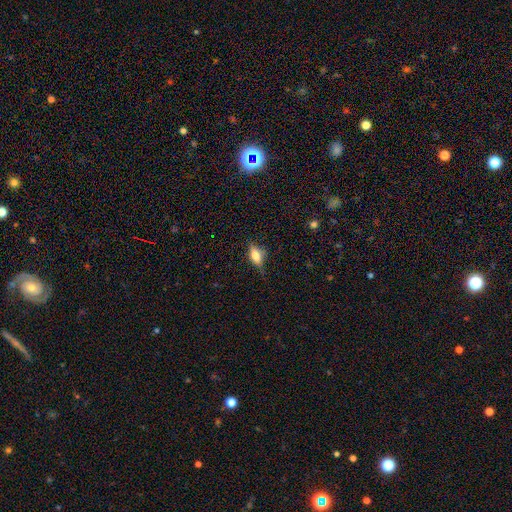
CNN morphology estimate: Overall: smooth (50%; featured or disk 40%). Merging: none (69%).